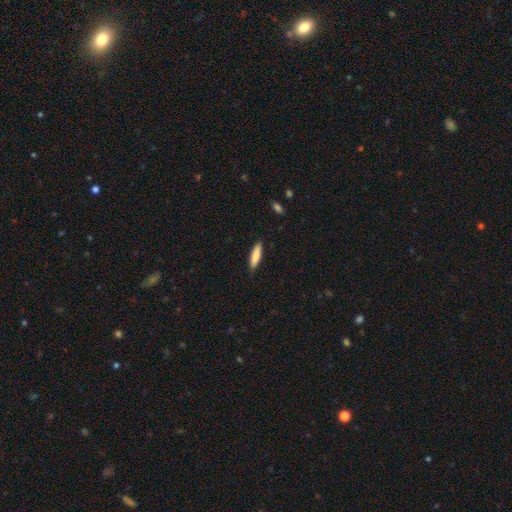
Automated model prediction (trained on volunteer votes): A smooth galaxy with no disk features (81%) that is cigar-shaped (73%).

Vote fractions:
- Smooth or featured? smooth: 81% / featured or disk: 13% / star or artifact: 6%
- How rounded? cigar-shaped: 73% / in between: 26% / round: 1%
- Merging? none: 88% / minor disturbance: 9% / major disturbance: 2% / merger: 1%